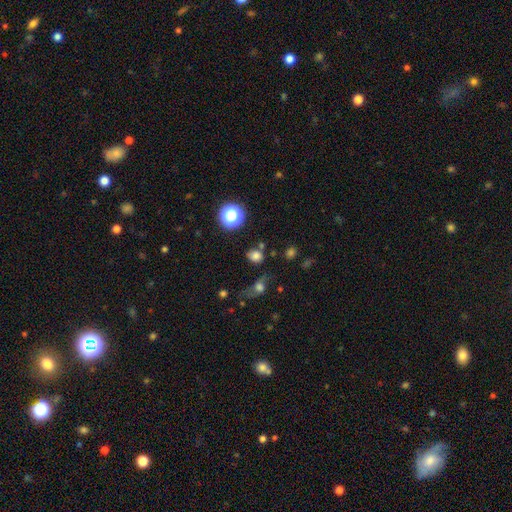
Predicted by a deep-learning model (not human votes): Morphology: type=smooth (74%); roundness=round (55%); merging=none (65%).